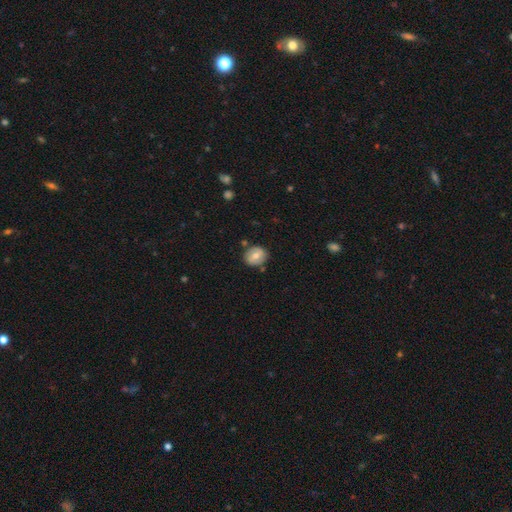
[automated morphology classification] Smooth or featured? Predicted: smooth (p=0.62). How rounded? Predicted: round (p=0.63). Merging? Predicted: none (p=0.77).